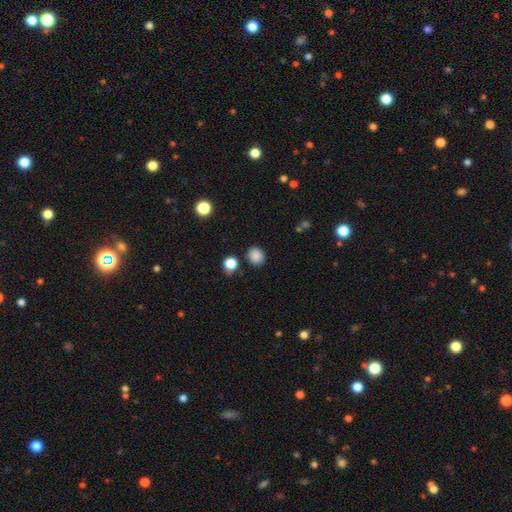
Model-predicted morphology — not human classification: smooth 86%, star or artifact 11%, featured or disk 3%. Down the decision tree: how rounded — round (79%); merging — none (85%).